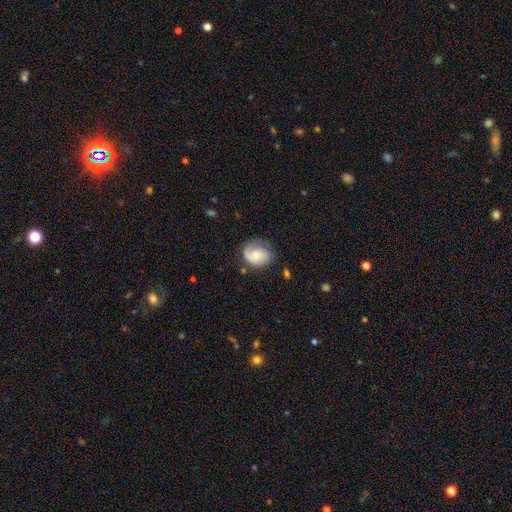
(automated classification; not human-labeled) featured or disk 55%, smooth 38%, star or artifact 7%. Down the decision tree: edge-on disk — no (97%); bar — no (73%); spiral arms — yes (87%); bulge size — small (47%); merging — none (61%).